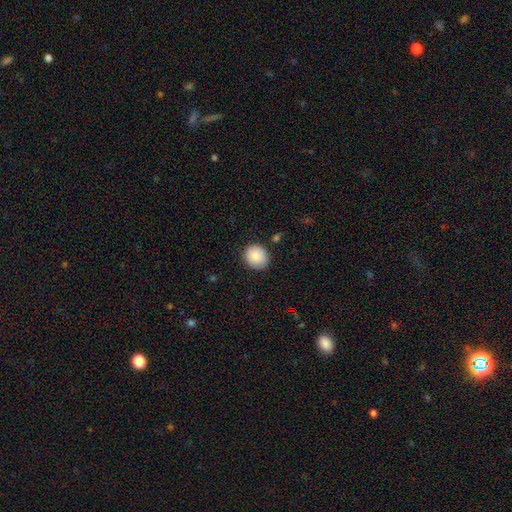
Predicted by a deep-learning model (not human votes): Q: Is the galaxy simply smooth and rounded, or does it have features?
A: smooth — 86%.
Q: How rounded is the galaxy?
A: round — 82%.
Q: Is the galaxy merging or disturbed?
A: none — 86%.